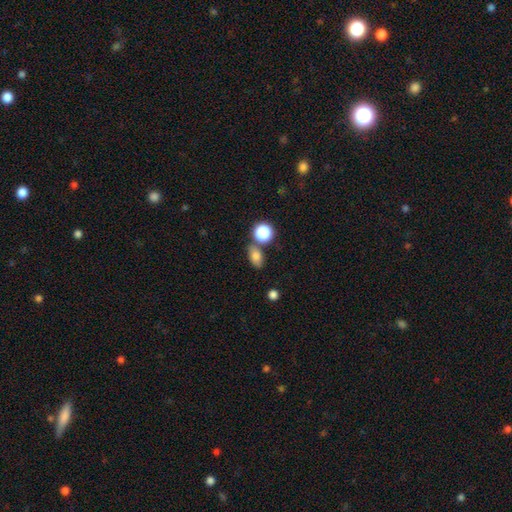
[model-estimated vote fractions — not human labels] This is likely a smooth galaxy (78%). How rounded: likely in between (78%). Merging: likely none (69%).